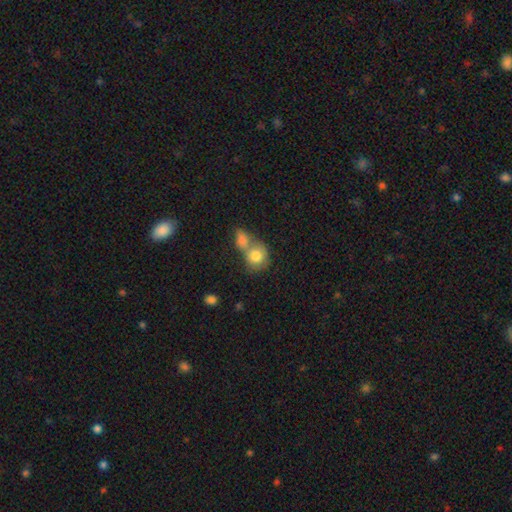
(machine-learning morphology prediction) Smooth or featured?
  - smooth: 80% *
  - featured or disk: 12%
  - star or artifact: 7%
How rounded?
  - round: 71% *
  - in between: 28%
  - cigar-shaped: 1%
Merging?
  - merger: 58% *
  - none: 30%
  - minor disturbance: 8%
  - major disturbance: 4%